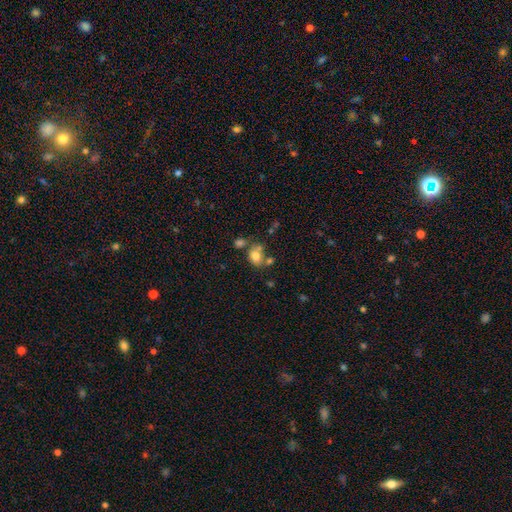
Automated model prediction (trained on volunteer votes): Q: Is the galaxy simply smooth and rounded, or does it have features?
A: smooth — 76%.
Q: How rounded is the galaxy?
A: in between — 55%.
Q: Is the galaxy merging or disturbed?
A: none — 49%.